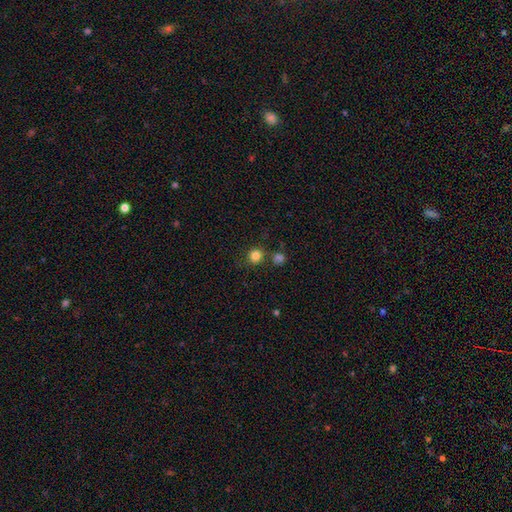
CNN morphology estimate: A smooth galaxy with no disk features (82%) that is round (90%).

Vote fractions:
- Smooth or featured? smooth: 82% / star or artifact: 13% / featured or disk: 5%
- How rounded? round: 90% / in between: 9% / cigar-shaped: 1%
- Merging? none: 76% / merger: 11% / minor disturbance: 9% / major disturbance: 3%